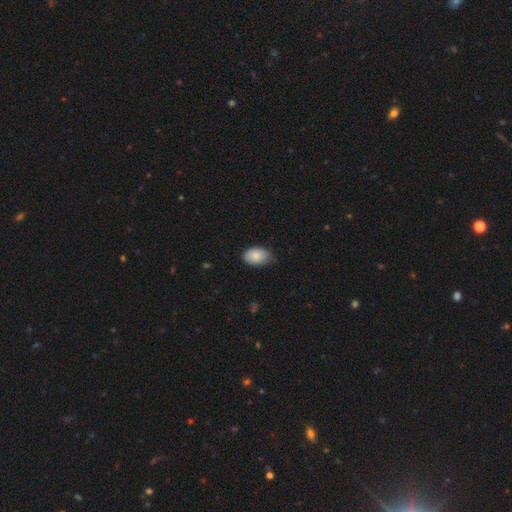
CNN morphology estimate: smooth_or_featured: smooth (p=0.86) [alt: star or artifact p=0.07]
how_rounded: in between (p=0.89) [alt: round p=0.10]
merging: none (p=0.70) [alt: minor disturbance p=0.25]